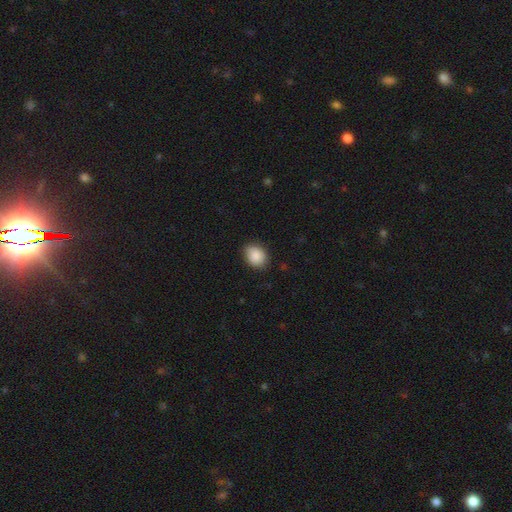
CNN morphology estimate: Smooth or featured?
  - smooth: 88% *
  - star or artifact: 7%
  - featured or disk: 5%
How rounded?
  - in between: 54% *
  - round: 45%
  - cigar-shaped: 1%
Merging?
  - none: 81% *
  - minor disturbance: 15%
  - major disturbance: 3%
  - merger: 1%